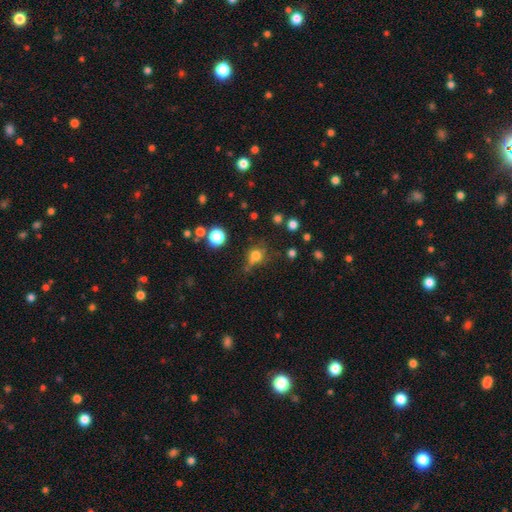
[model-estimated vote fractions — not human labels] smooth_or_featured: smooth (p=0.71) [alt: star or artifact p=0.18]
how_rounded: round (p=0.80) [alt: in between p=0.19]
merging: none (p=0.58) [alt: minor disturbance p=0.22]